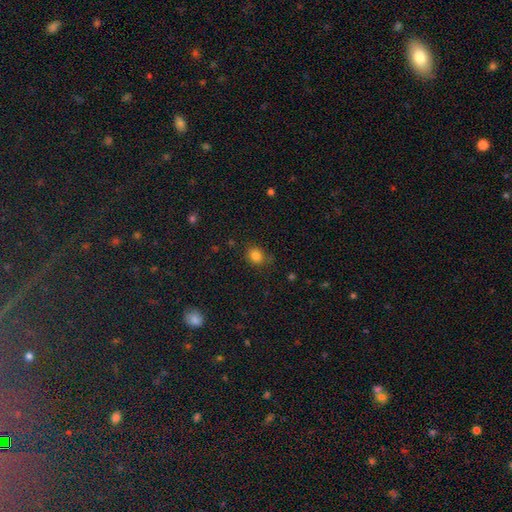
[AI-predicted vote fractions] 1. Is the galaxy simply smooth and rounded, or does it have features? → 82% smooth, 13% star or artifact, 5% featured or disk.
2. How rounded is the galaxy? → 66% round, 33% in between, 1% cigar-shaped.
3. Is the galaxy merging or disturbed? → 75% none, 18% minor disturbance, 5% major disturbance, 2% merger.